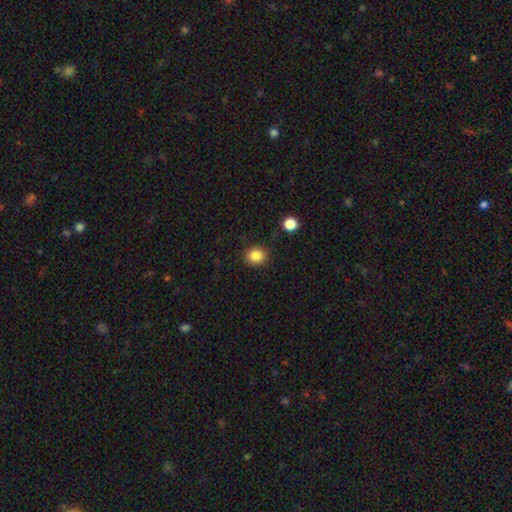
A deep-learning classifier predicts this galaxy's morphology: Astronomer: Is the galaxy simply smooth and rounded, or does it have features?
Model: smooth — 85%.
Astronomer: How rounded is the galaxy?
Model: round — 76%.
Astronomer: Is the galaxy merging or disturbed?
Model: none — 88%.